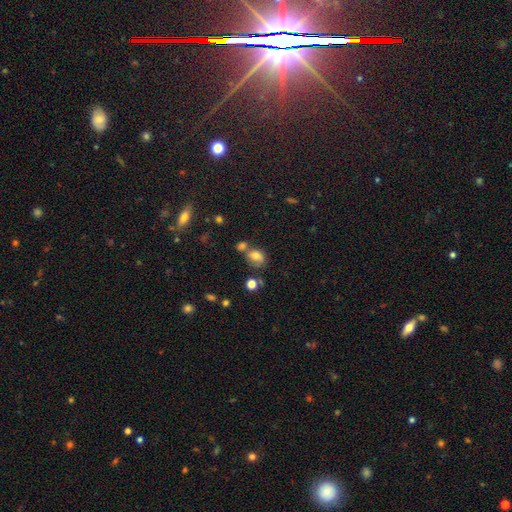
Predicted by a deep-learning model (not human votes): A smooth galaxy with no disk features (68%) that is in between round and cigar-shaped (55%). Merging: none (43%).